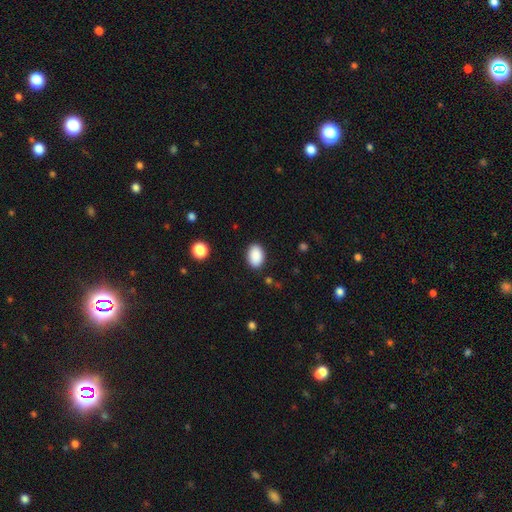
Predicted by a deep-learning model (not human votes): Smooth or featured? Predicted: smooth (p=0.90). How rounded? Predicted: in between (p=0.86). Merging? Predicted: none (p=0.88).